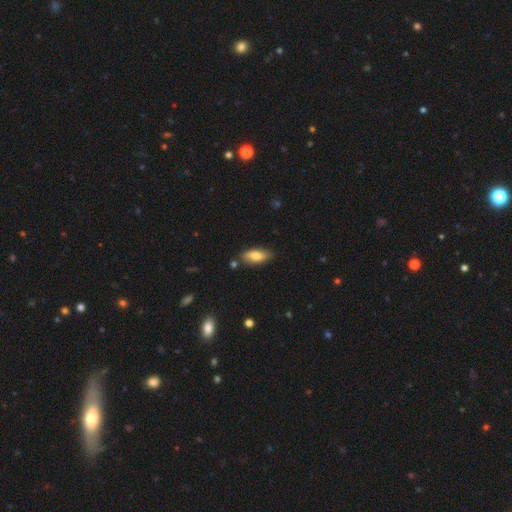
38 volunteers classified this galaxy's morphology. type=smooth (82%); roundness=in between (90%); merging=none (78%).